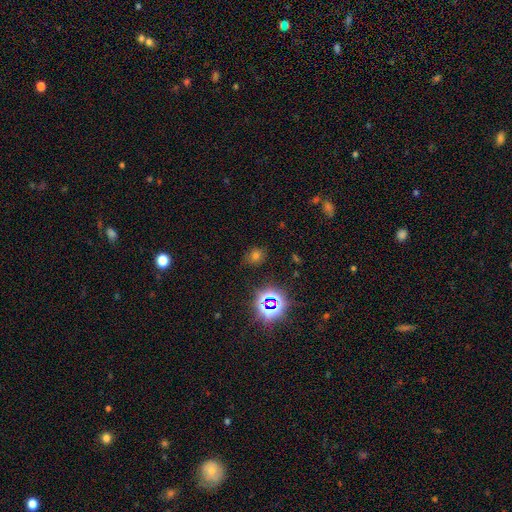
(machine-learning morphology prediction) Smooth or featured? smooth (53%)
How rounded? round (67%)
Merging? none (83%)